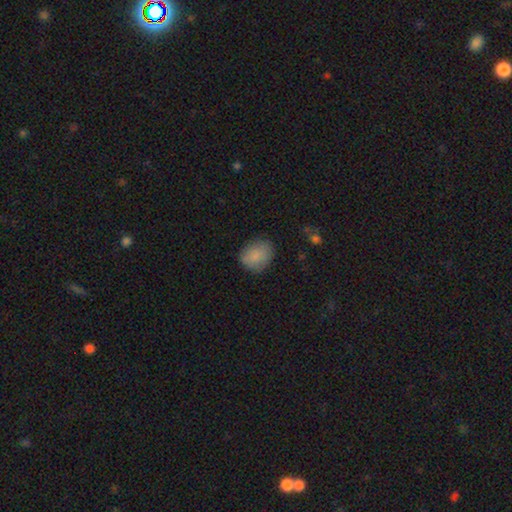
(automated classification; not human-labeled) Overall: smooth (85%). How rounded: in between (52%; round 47%). Merging: none (77%).